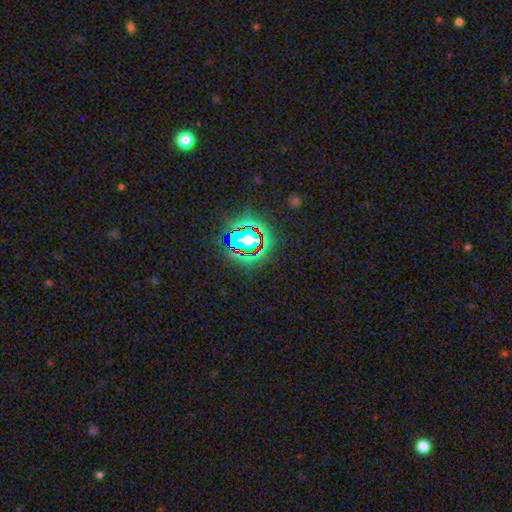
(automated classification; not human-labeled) This appears to be a star or artifact, not a galaxy (80%).